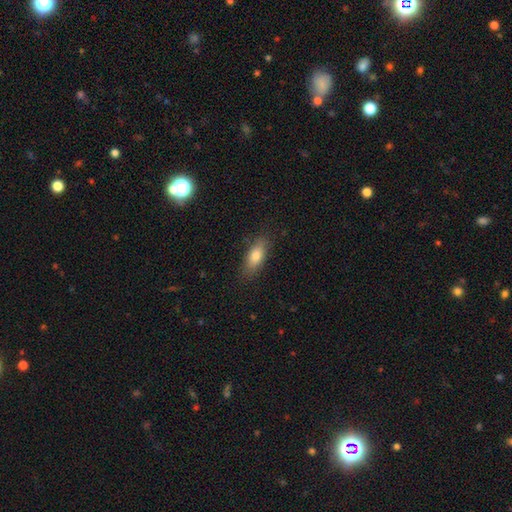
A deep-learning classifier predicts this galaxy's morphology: This is likely a smooth galaxy (77%). How rounded: likely in between (74%). Merging: clearly none (84%).